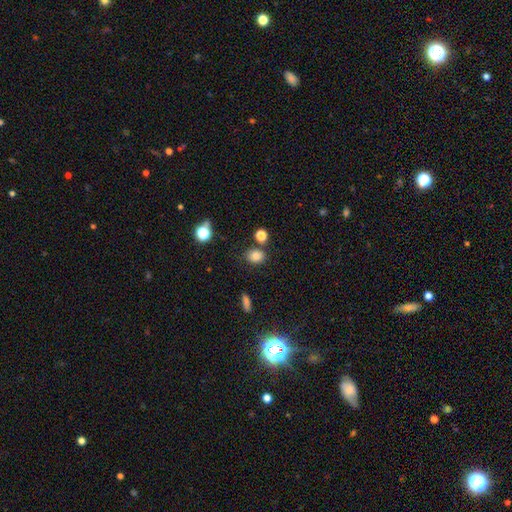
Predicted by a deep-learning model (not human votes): Morphology: type=smooth (82%); roundness=round (50%); merging=none (75%).